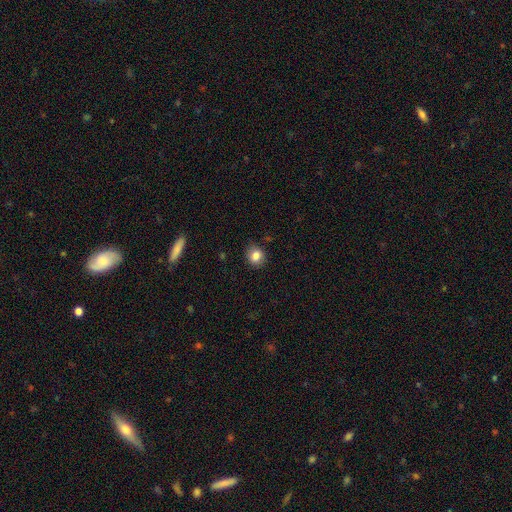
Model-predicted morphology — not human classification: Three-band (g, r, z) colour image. It shows a smooth galaxy with no disk features (84%) that is round (75%). Merging: none (85%).